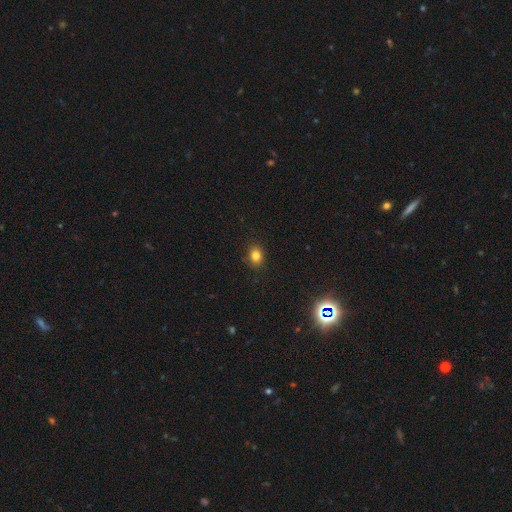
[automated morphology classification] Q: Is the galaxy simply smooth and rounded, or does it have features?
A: smooth — 83%.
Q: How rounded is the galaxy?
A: in between — 51%.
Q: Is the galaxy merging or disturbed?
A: none — 88%.